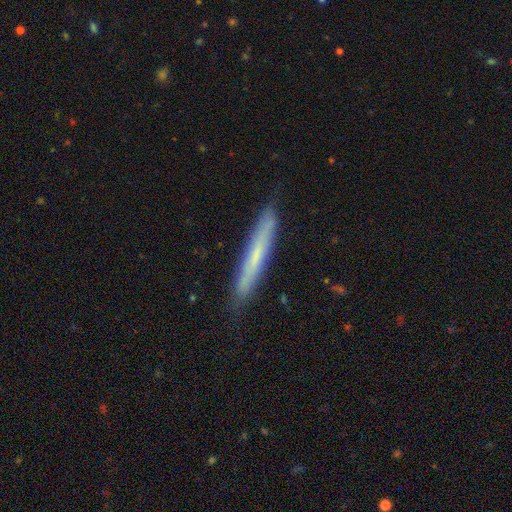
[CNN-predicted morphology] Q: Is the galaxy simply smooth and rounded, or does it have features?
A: smooth — 56%.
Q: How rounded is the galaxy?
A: cigar-shaped — 96%.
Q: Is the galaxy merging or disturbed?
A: none — 86%.